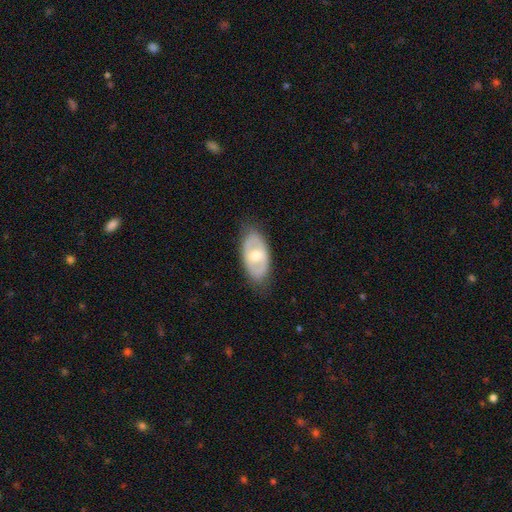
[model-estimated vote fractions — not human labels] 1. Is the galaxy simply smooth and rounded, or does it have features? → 53% featured or disk, 42% smooth, 5% star or artifact.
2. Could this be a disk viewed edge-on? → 88% no, 12% yes.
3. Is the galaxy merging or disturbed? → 79% none, 15% minor disturbance, 5% major disturbance, 1% merger.